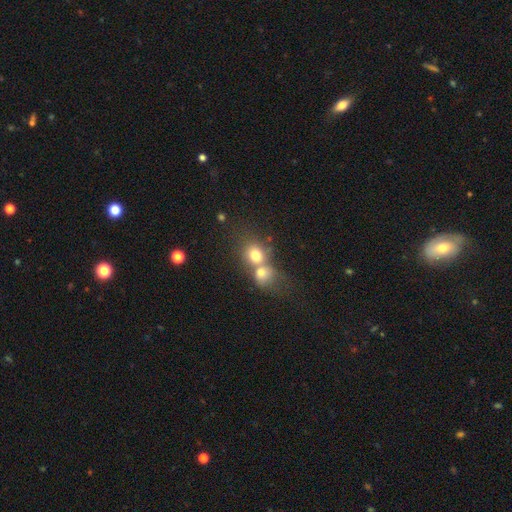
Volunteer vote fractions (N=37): This is clearly a smooth galaxy (84%). How rounded: likely round (65%). Merging: clearly merger (82%).